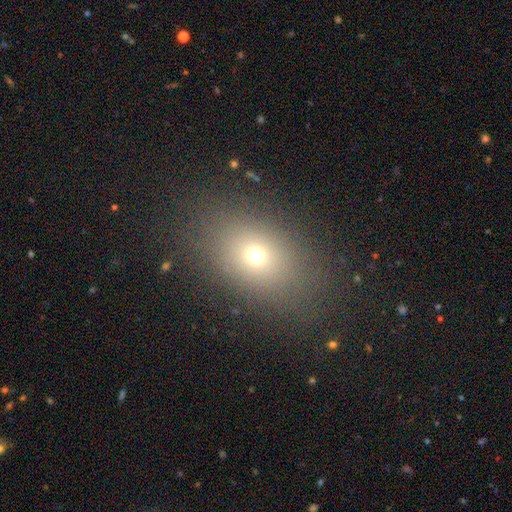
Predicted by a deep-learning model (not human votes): smooth 66%, star or artifact 20%, featured or disk 14%. Down the decision tree: how rounded — in between (69%); merging — none (83%).